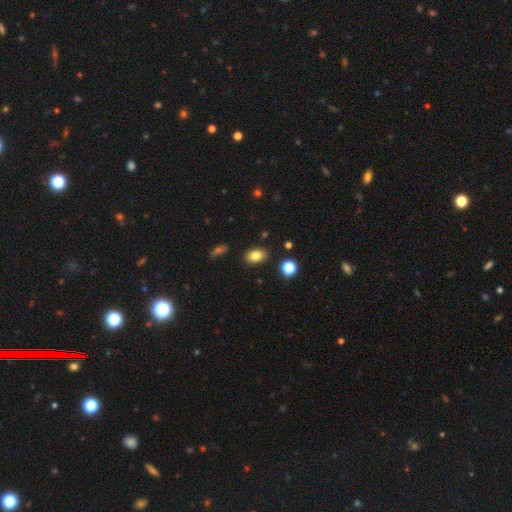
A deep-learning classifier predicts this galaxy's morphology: Smooth or featured? smooth (82%)
How rounded? in between (80%)
Merging? none (87%)